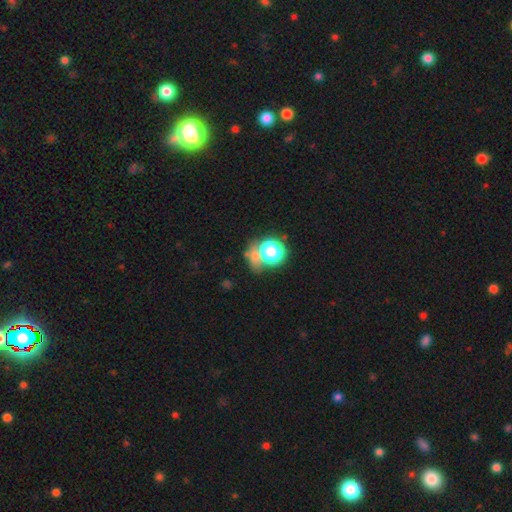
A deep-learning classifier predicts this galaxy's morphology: Overall: smooth (58%; star or artifact 30%). How rounded: round (73%). Merging: none (47%; merger 25%).